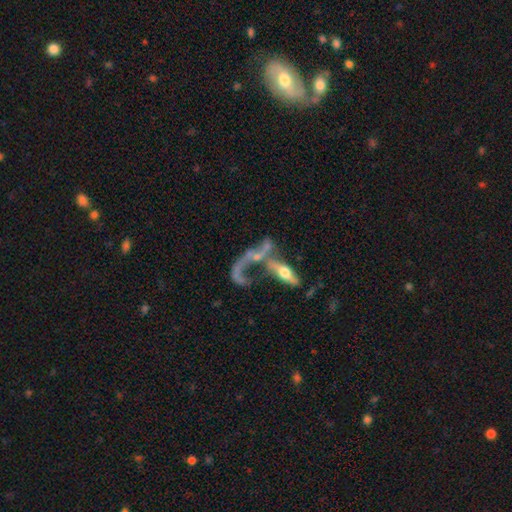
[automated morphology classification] The model was most divided on "merging": merger: 47%, major disturbance: 26%, none: 19%, minor disturbance: 9%. More confident: edge-on disk — no (69%); smooth or featured — featured or disk (66%).